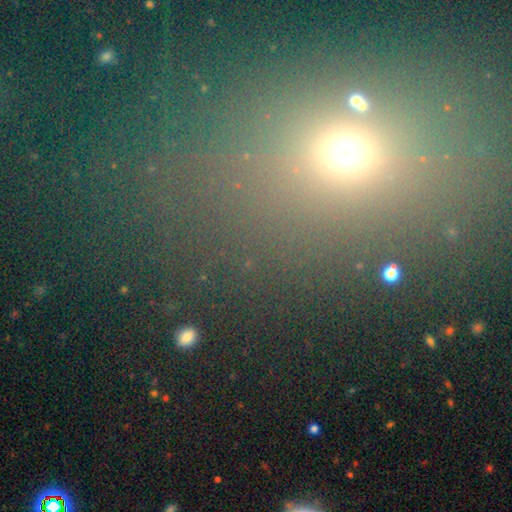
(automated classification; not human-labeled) Smooth or featured? smooth (45%)
Merging? none (75%)